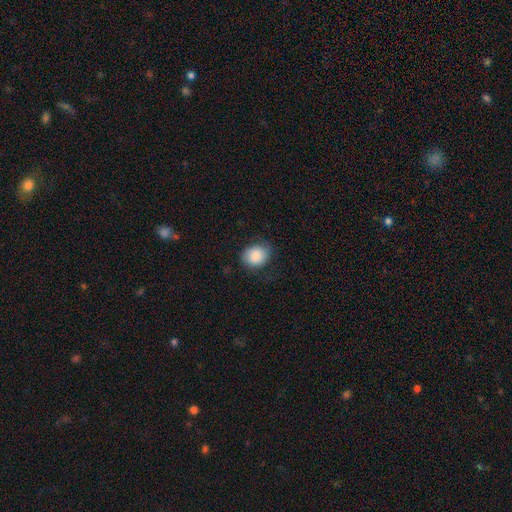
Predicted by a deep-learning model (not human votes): Morphology: type=smooth (83%); roundness=round (59%); merging=none (68%).